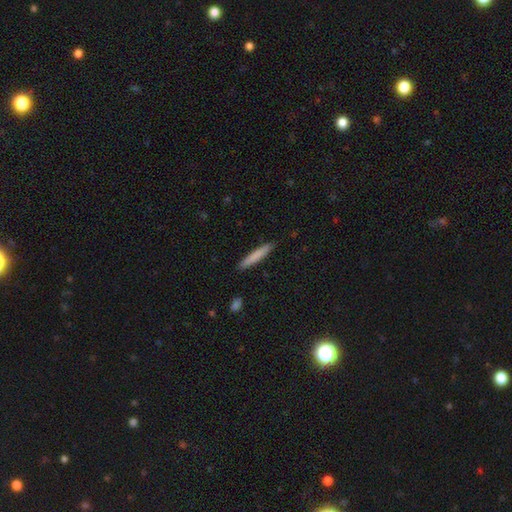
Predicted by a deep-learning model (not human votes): Smooth or featured: smooth — 80% (featured or disk — 15%)
How rounded: cigar-shaped — 94% (in between — 5%)
Merging: none — 90% (minor disturbance — 7%)